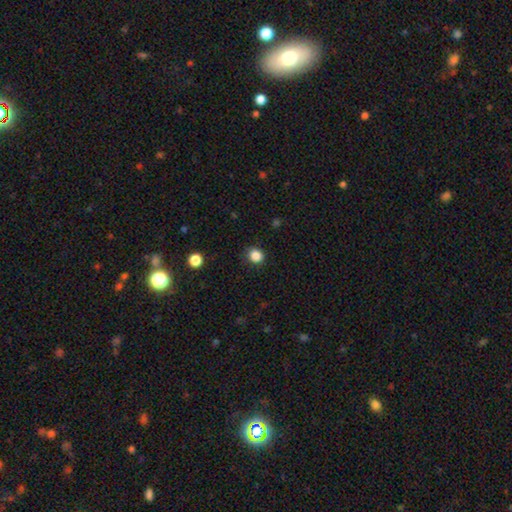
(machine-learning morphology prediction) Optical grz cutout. It shows a smooth galaxy with no disk features (85%) that is round (81%). Merging: none (88%).